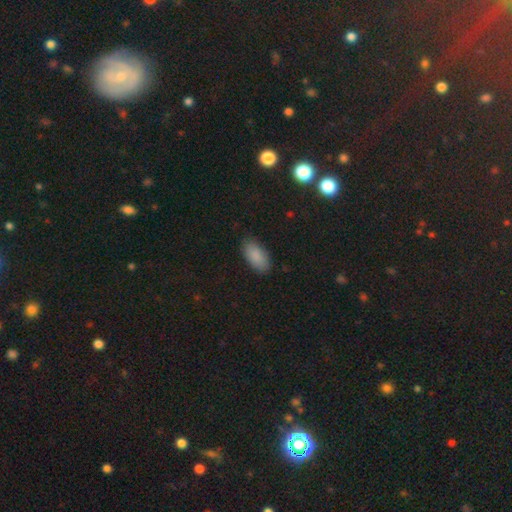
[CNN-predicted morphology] A smooth galaxy with no disk features (88%) that is in between round and cigar-shaped (93%). Merging: none (85%).